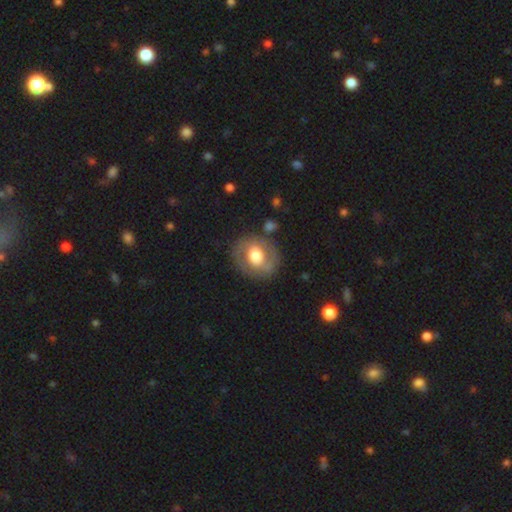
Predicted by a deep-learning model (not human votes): Morphology: type=smooth (50%); merging=none (77%).